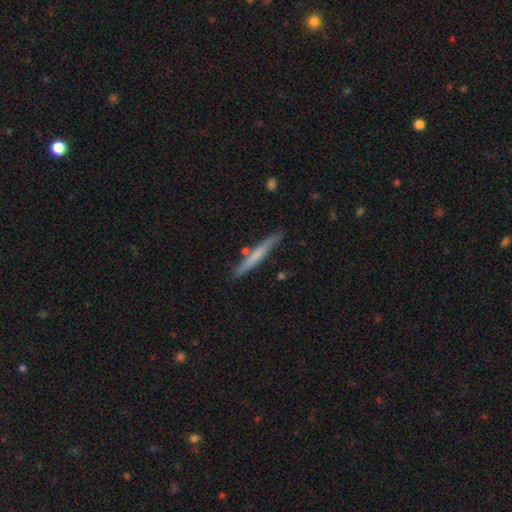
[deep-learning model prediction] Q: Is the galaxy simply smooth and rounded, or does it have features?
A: smooth — 57%.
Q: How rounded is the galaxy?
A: cigar-shaped — 95%.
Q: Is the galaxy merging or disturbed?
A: none — 82%.